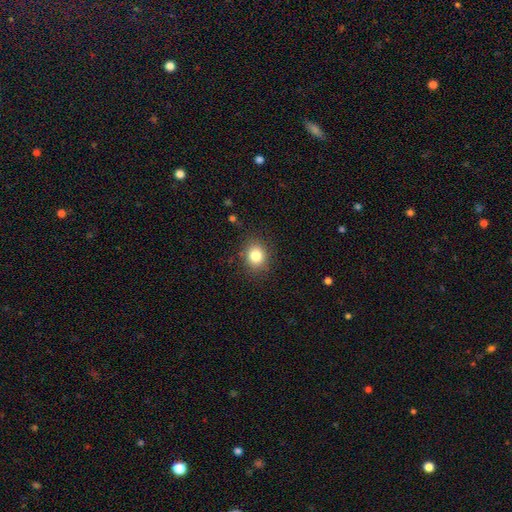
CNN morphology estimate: Smooth or featured?
  - smooth: 83% *
  - star or artifact: 11%
  - featured or disk: 7%
How rounded?
  - round: 65% *
  - in between: 34%
  - cigar-shaped: 1%
Merging?
  - none: 85% *
  - minor disturbance: 10%
  - major disturbance: 3%
  - merger: 1%